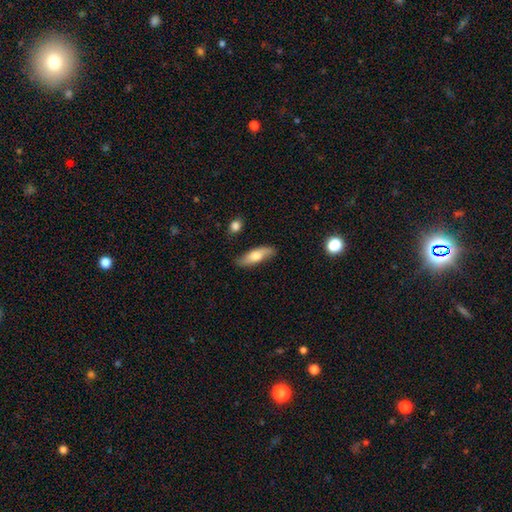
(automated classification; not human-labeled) This appears to be a smooth galaxy with no disk features (62%) that is in between round and cigar-shaped (58%). Merging: none (77%).